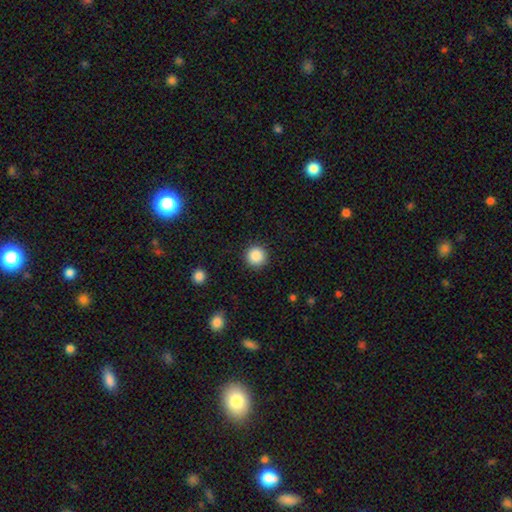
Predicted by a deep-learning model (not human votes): Smooth or featured?
  - smooth: 88% *
  - star or artifact: 9%
  - featured or disk: 3%
How rounded?
  - round: 96% *
  - in between: 3%
  - cigar-shaped: 1%
Merging?
  - none: 91% *
  - minor disturbance: 5%
  - major disturbance: 2%
  - merger: 1%